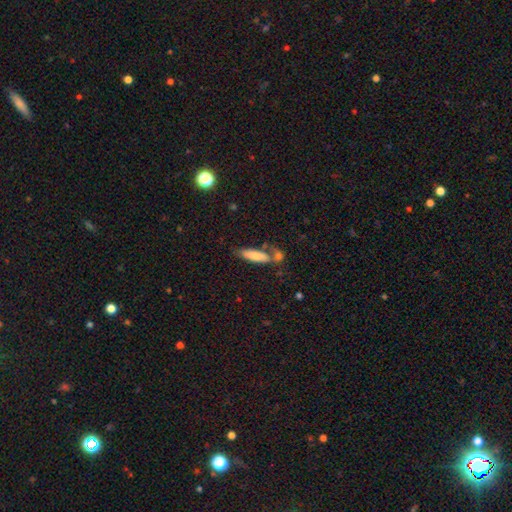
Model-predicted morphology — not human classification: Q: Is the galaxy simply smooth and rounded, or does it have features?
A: smooth — 79%.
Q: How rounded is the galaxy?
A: cigar-shaped — 52%.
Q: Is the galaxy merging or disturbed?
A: none — 50%.